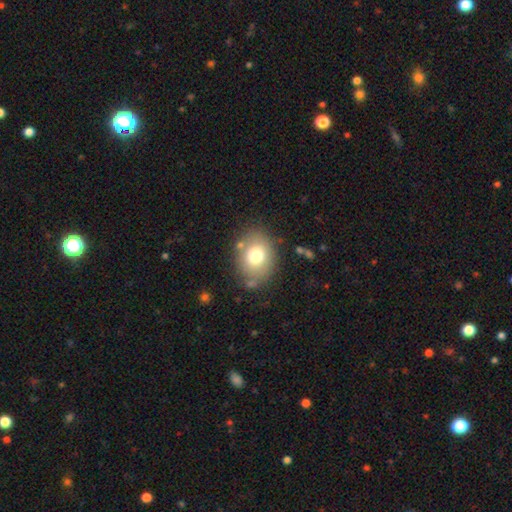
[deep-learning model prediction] Smooth or featured?
  - smooth: 75% *
  - featured or disk: 15%
  - star or artifact: 10%
How rounded?
  - in between: 50% *
  - round: 49%
  - cigar-shaped: 1%
Merging?
  - none: 77% *
  - minor disturbance: 14%
  - major disturbance: 5%
  - merger: 4%